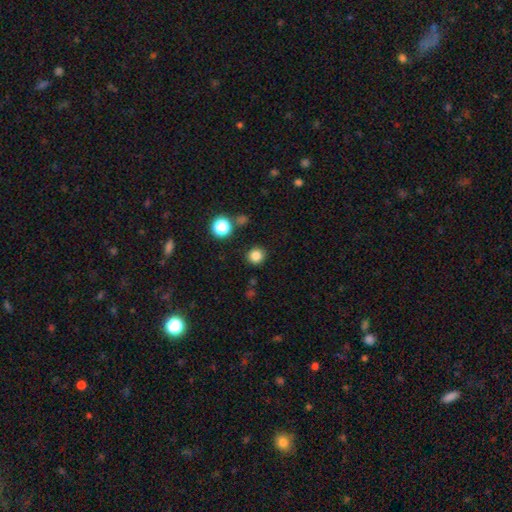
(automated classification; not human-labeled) This is clearly a smooth galaxy (83%). How rounded: clearly round (94%). Merging: clearly none (90%).